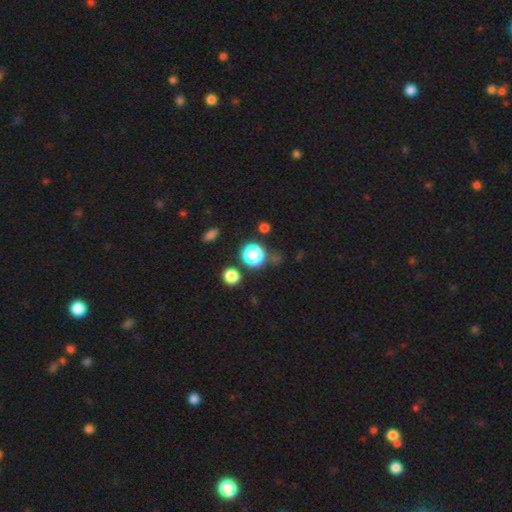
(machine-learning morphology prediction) type=star or artifact (58%).